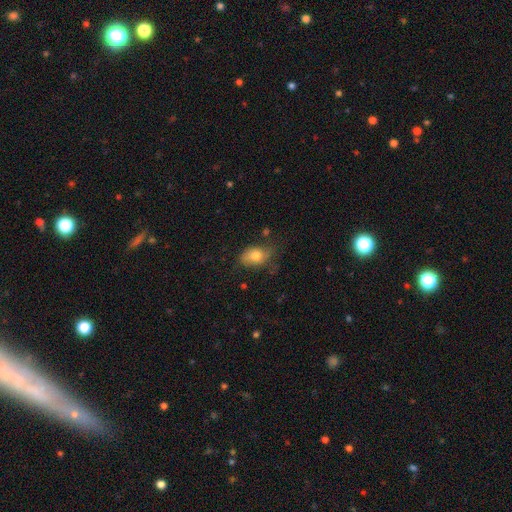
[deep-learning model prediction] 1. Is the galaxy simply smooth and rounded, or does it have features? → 76% smooth, 16% featured or disk, 8% star or artifact.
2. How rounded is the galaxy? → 83% in between, 15% round, 2% cigar-shaped.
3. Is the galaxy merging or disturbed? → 61% none, 28% minor disturbance, 8% major disturbance, 2% merger.